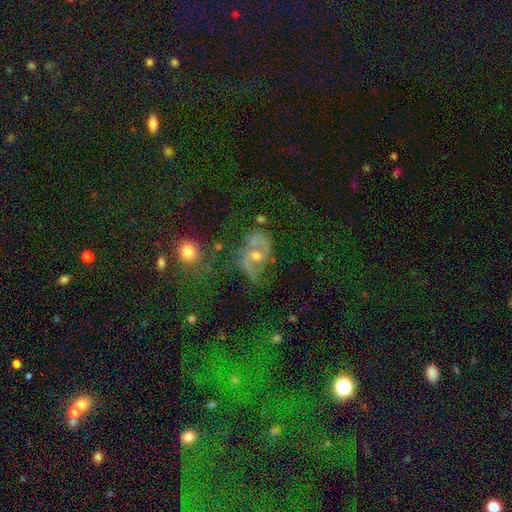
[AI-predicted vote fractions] The model was most divided on "merging": none: 43%, major disturbance: 28%, minor disturbance: 23%, merger: 6%. More confident: edge-on disk — no (96%); spiral arms — yes (77%); bar — no (69%); smooth or featured — featured or disk (66%); bulge size — moderate (63%).